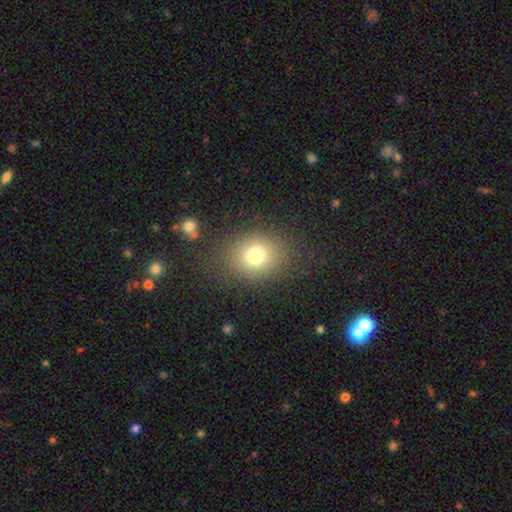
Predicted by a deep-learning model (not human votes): smooth-or-featured: smooth: 74% | star or artifact: 15% | featured or disk: 11%
  how-rounded: round: 58% | in between: 41% | cigar-shaped: 1%
  merging: none: 80% | minor disturbance: 11% | major disturbance: 7% | merger: 2%